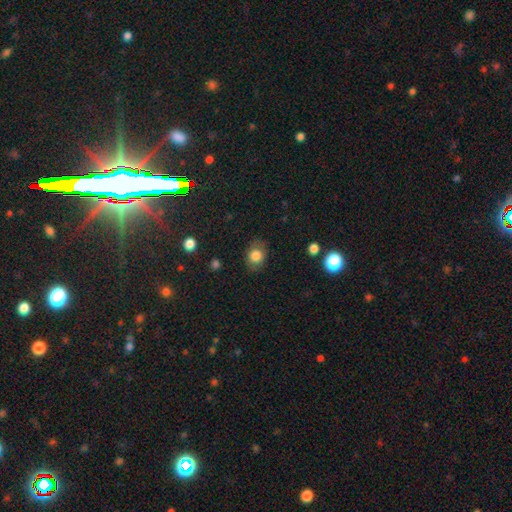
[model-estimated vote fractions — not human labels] smooth-or-featured: smooth: 81% | star or artifact: 10% | featured or disk: 9%
  how-rounded: in between: 50% | round: 49% | cigar-shaped: 1%
  merging: none: 80% | minor disturbance: 14% | major disturbance: 4% | merger: 1%